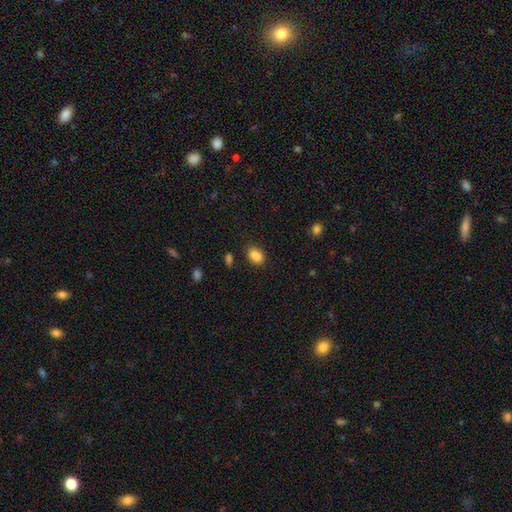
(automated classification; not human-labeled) Morphology: type=smooth (85%); roundness=in between (82%); merging=none (70%).